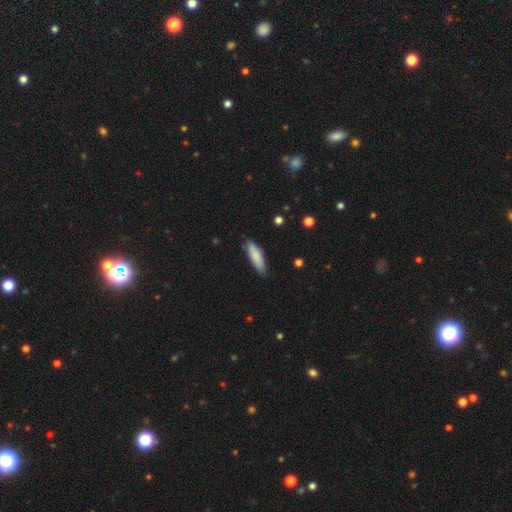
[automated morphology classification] Q: Smooth or featured?
A: smooth (83%); runner-up: featured or disk (11%)
Q: How rounded?
A: cigar-shaped (63%); runner-up: in between (36%)
Q: Merging?
A: none (82%); runner-up: minor disturbance (14%)